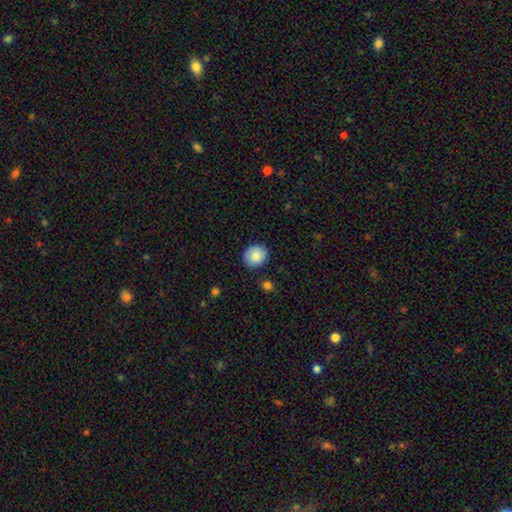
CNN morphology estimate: Smooth or featured: smooth — 85% (star or artifact — 8%)
How rounded: round — 72% (in between — 27%)
Merging: none — 87% (minor disturbance — 9%)